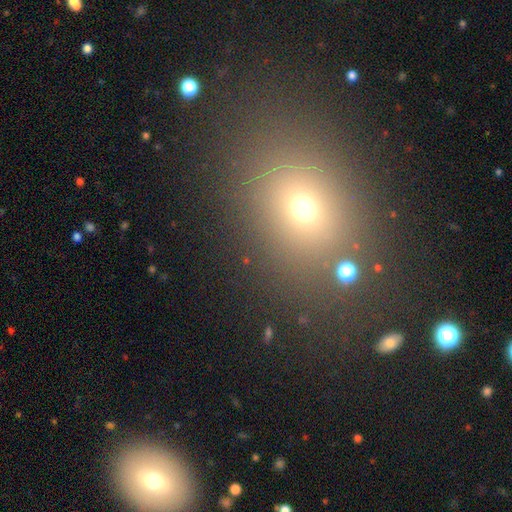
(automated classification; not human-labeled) Overall: smooth (60%; star or artifact 28%). How rounded: in between (53%; round 45%). Merging: none (80%).